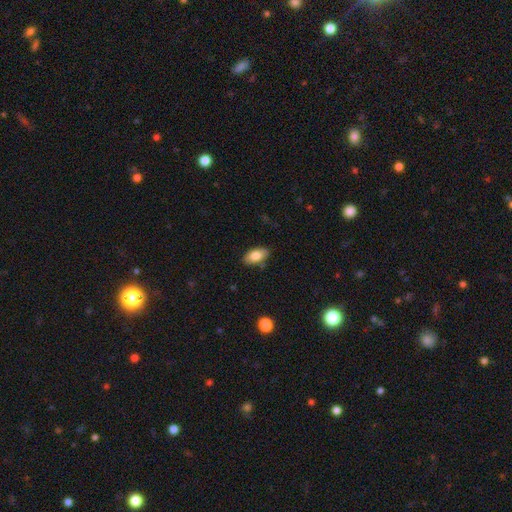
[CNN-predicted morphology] This is clearly a smooth galaxy (81%). How rounded: clearly in between (92%). Merging: clearly none (85%).